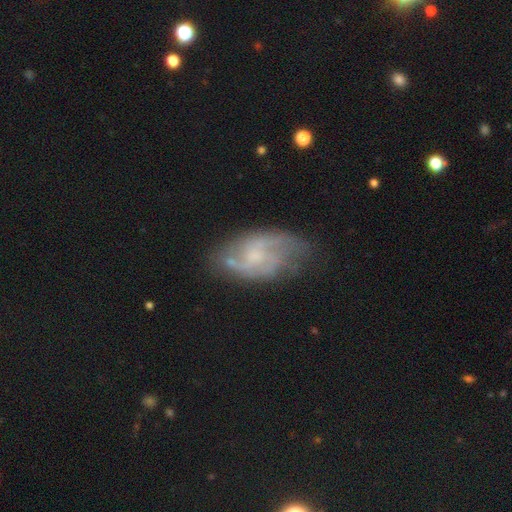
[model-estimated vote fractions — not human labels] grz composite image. It shows a featured or disk galaxy (73%) with no bar (57%), 2 (49%) medium (44%) spiral arms (85%) and a small central bulge (40%). Merging: none (61%).